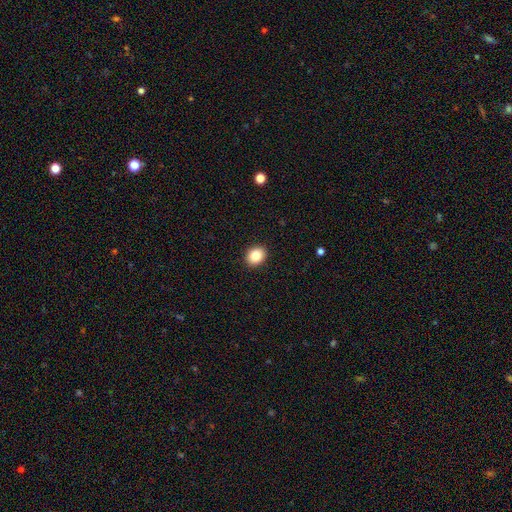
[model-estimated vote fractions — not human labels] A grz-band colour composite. It shows a smooth galaxy with no disk features (85%) that is round (57%). Merging: none (91%).